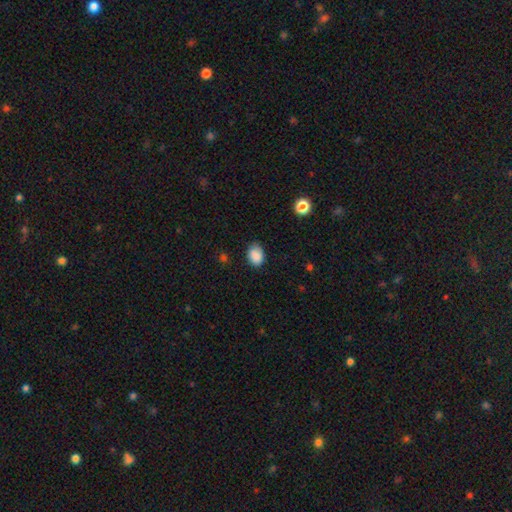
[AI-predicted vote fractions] A smooth galaxy with no disk features (88%) that is in between round and cigar-shaped (77%). Merging: none (78%).